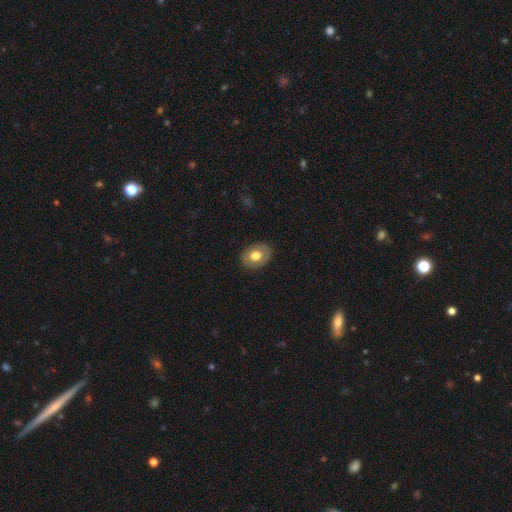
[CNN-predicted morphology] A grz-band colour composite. It shows a smooth galaxy with no disk features (69%) that is in between round and cigar-shaped (69%). Merging: none (86%).